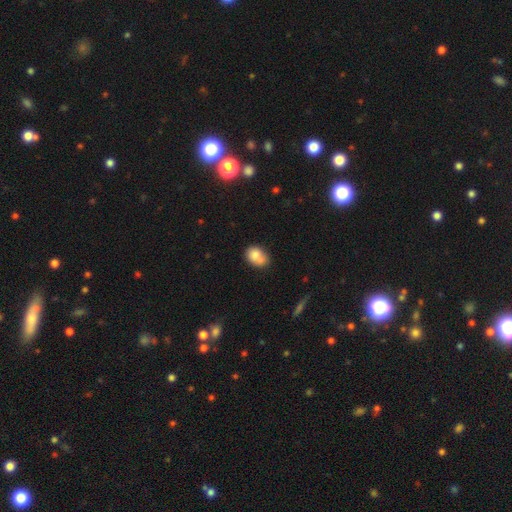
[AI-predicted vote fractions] smooth 76%, featured or disk 15%, star or artifact 9%. Down the decision tree: how rounded — in between (62%); merging — none (43%).